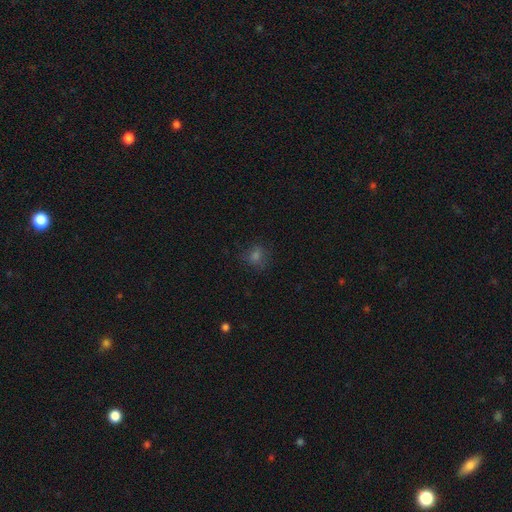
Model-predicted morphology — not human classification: Smooth or featured? smooth (65%)
How rounded? round (74%)
Merging? none (78%)